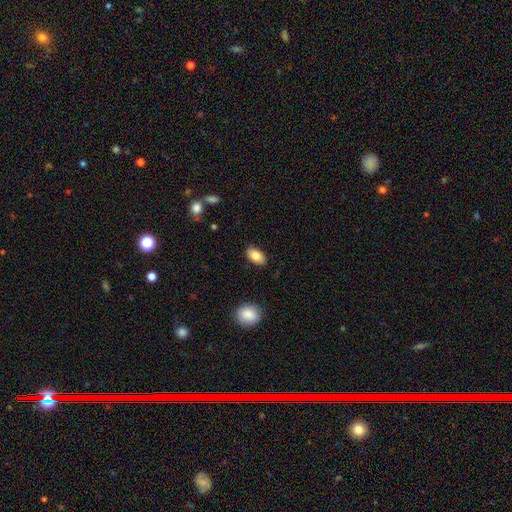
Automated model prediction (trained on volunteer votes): Overall: smooth (83%). How rounded: in between (92%). Merging: none (87%).